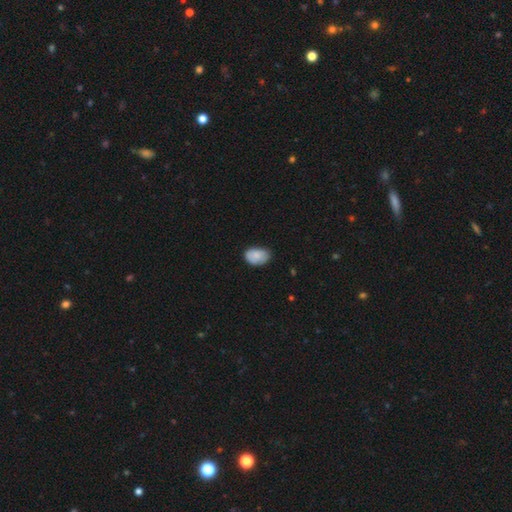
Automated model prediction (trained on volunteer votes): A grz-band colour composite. It shows a smooth galaxy with no disk features (83%) that is in between round and cigar-shaped (87%). Merging: none (69%).